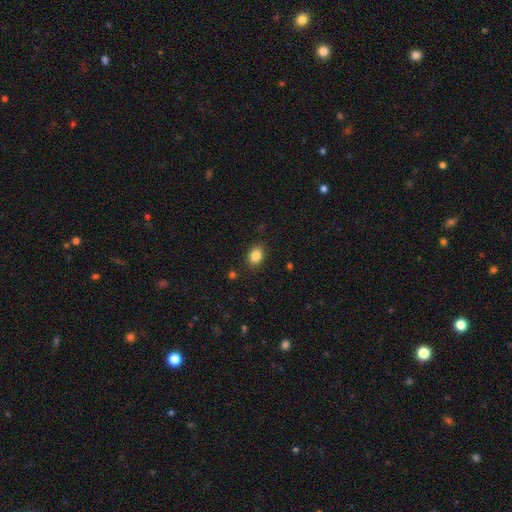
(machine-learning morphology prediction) Smooth or featured: smooth — 85% (star or artifact — 9%)
How rounded: in between — 68% (round — 31%)
Merging: none — 87% (minor disturbance — 9%)